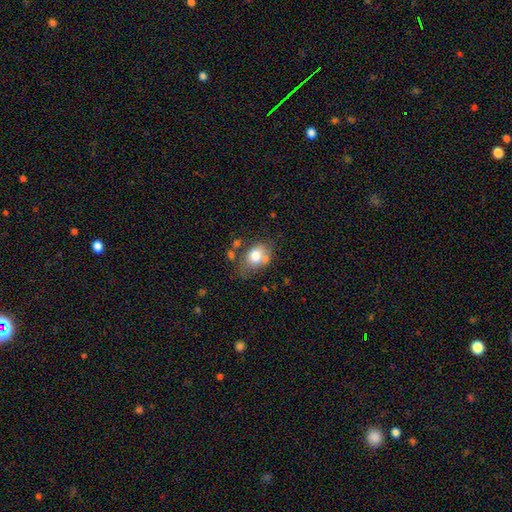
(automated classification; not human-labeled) This appears to be a smooth galaxy with no disk features (74%) that is in between round and cigar-shaped (68%). Merging: none (48%).